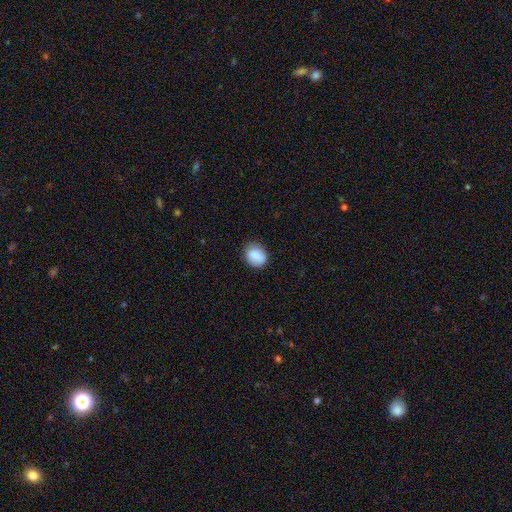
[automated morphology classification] A smooth galaxy with no disk features (85%) that is in between round and cigar-shaped (52%). Merging: none (74%).